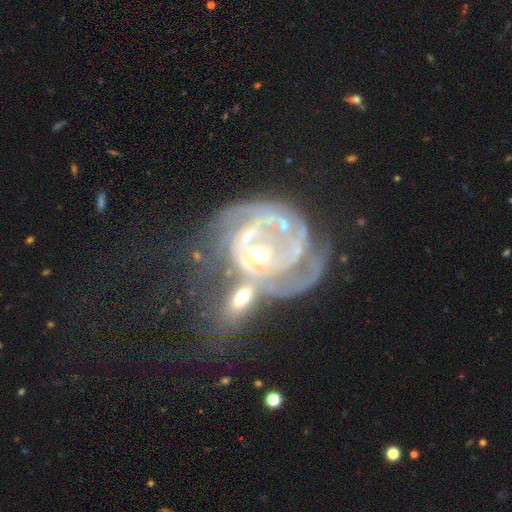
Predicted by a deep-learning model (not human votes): The model was most divided on "spiral winding": tight: 45%, medium: 34%, loose: 21%. Remaining: edge-on disk — no (97%); smooth or featured — featured or disk (80%); spiral arms — yes (71%); bar — no (68%); bulge size — moderate (53%); merging — merger (46%); spiral arm count — can't tell (40%).